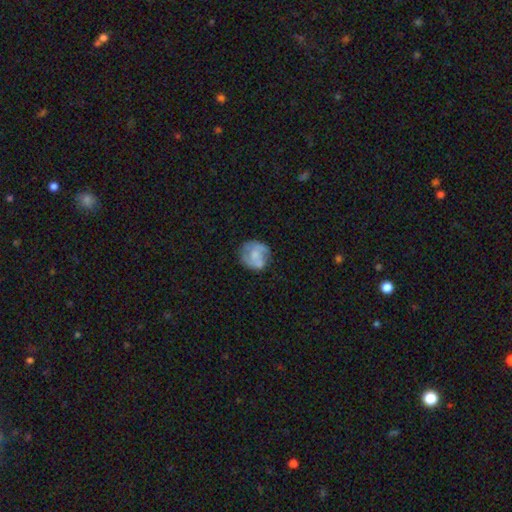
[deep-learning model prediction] smooth_or_featured: featured or disk (p=0.54) [alt: smooth p=0.39]
disk_edge_on: no (p=0.98) [alt: yes p=0.02]
bar: no (p=0.73) [alt: weak p=0.23]
has_spiral_arms: yes (p=0.65) [alt: no p=0.35]
bulge_size: moderate (p=0.34) [alt: small p=0.32]
merging: none (p=0.62) [alt: minor disturbance p=0.23]